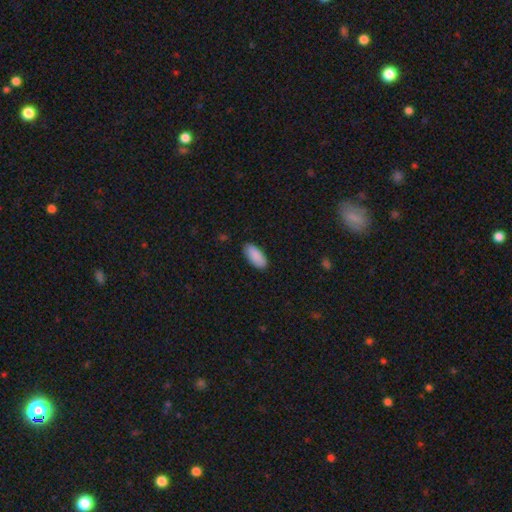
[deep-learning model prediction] Smooth or featured? Predicted: smooth (p=0.90). How rounded? Predicted: in between (p=0.90). Merging? Predicted: none (p=0.88).